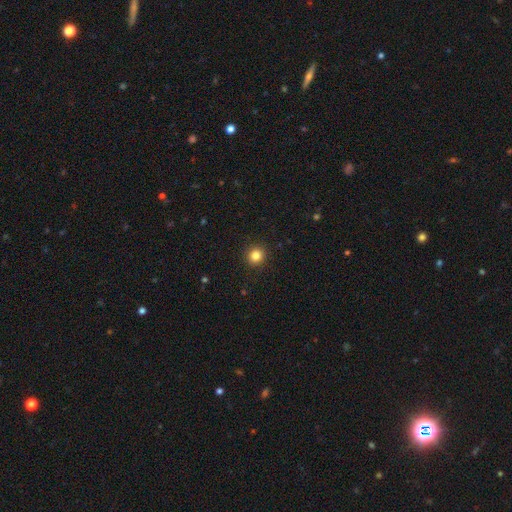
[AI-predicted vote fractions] Morphology: type=smooth (84%); roundness=round (92%); merging=none (92%).